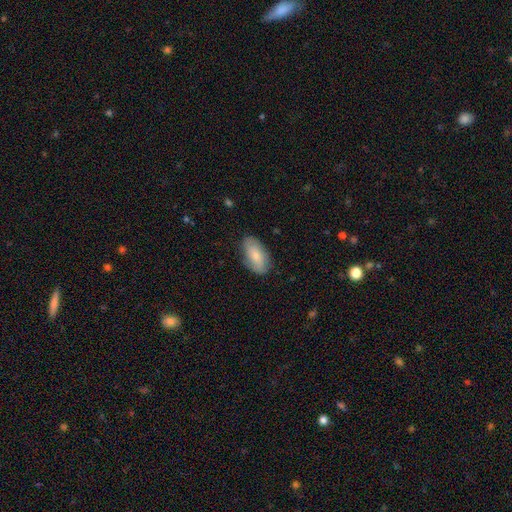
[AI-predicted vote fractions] This appears to be a smooth galaxy with no disk features (69%) that is in between round and cigar-shaped (92%). Merging: none (80%).